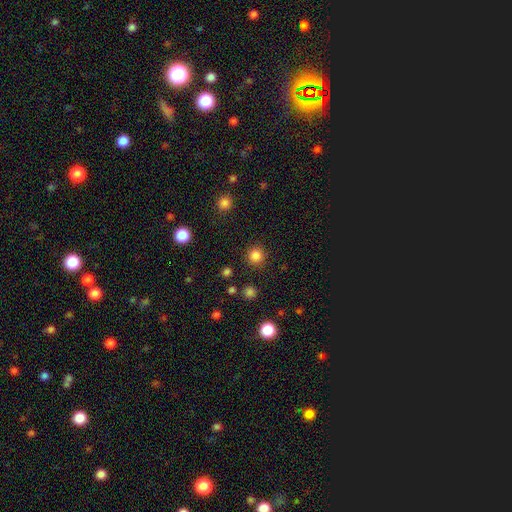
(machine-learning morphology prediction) This is clearly a smooth galaxy (84%). How rounded: clearly round (94%). Merging: clearly none (90%).